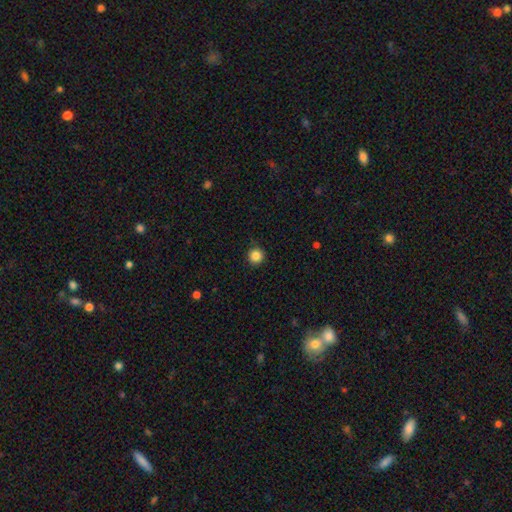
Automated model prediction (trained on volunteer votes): Morphology: type=smooth (85%); roundness=round (96%); merging=none (91%).